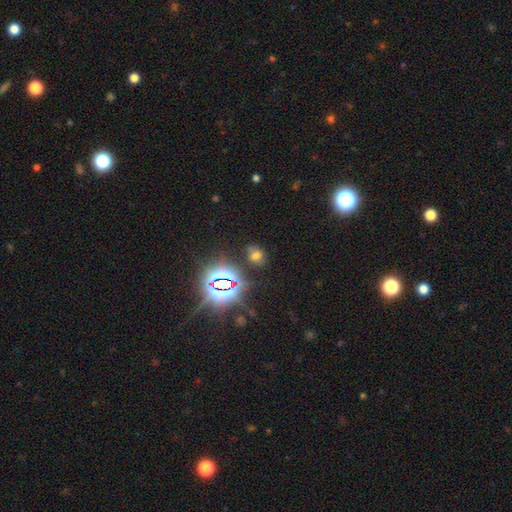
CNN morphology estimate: Q: Smooth or featured?
A: smooth (48%); runner-up: star or artifact (40%)
Q: Merging?
A: none (73%); runner-up: minor disturbance (15%)